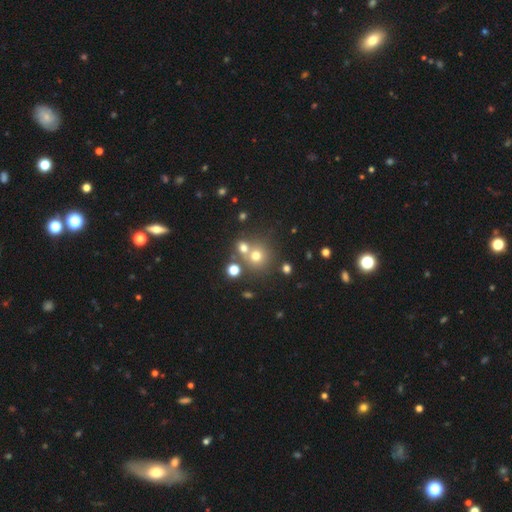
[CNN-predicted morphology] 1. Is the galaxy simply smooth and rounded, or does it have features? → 68% smooth, 19% star or artifact, 13% featured or disk.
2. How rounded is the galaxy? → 87% round, 12% in between, 1% cigar-shaped.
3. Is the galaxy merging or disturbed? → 55% none, 33% merger, 8% minor disturbance, 4% major disturbance.